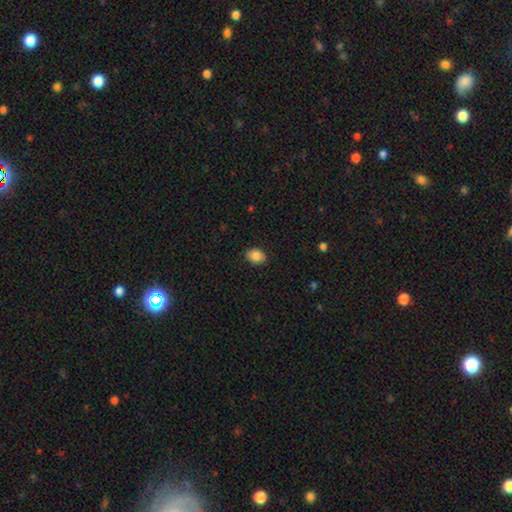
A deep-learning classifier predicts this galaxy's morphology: Smooth or featured?
  - smooth: 86% *
  - star or artifact: 8%
  - featured or disk: 6%
How rounded?
  - in between: 62% *
  - round: 37%
  - cigar-shaped: 1%
Merging?
  - none: 88% *
  - minor disturbance: 9%
  - major disturbance: 2%
  - merger: 1%